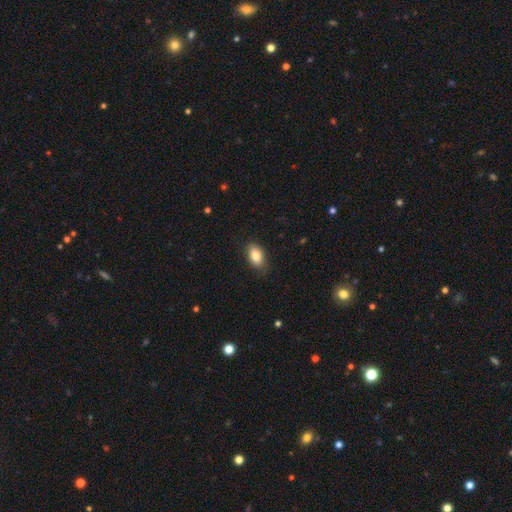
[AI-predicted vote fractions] The model was most divided on "merging": none: 83%, minor disturbance: 13%, major disturbance: 3%, merger: 1%. More confident: how rounded — in between (91%); smooth or featured — smooth (83%).